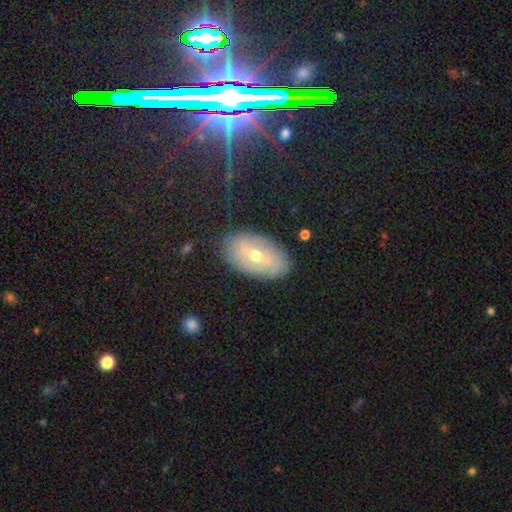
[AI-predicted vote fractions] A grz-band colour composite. It shows a featured or disk galaxy (56%). Merging: none (83%).